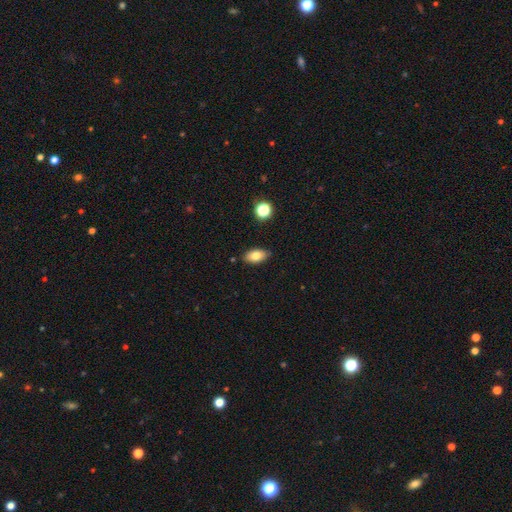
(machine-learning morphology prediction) Smooth or featured? Predicted: smooth (p=0.79). How rounded? Predicted: in between (p=0.91). Merging? Predicted: none (p=0.84).